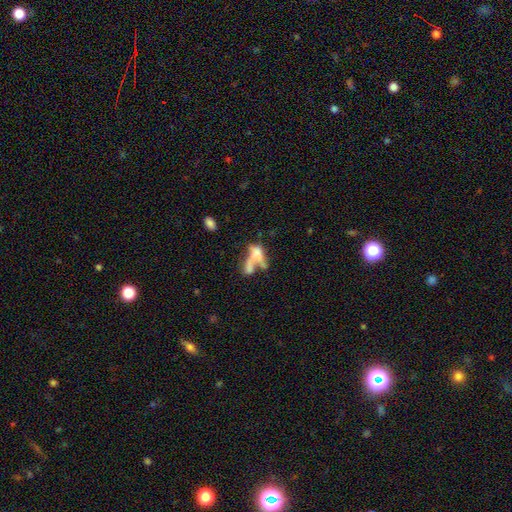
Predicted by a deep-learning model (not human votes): Morphology: type=smooth (51%); roundness=in between (74%); merging=merger (55%).